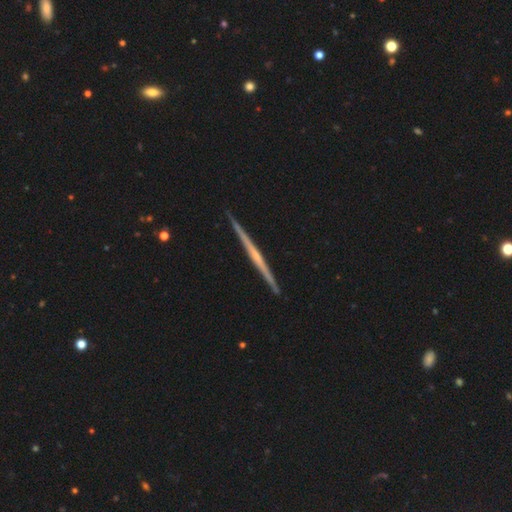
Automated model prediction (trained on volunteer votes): Smooth or featured? Predicted: featured or disk (p=0.77). Edge-on disk? Predicted: yes (p=0.99). Edge-on bulge? Predicted: none (p=0.58). Merging? Predicted: none (p=0.92).